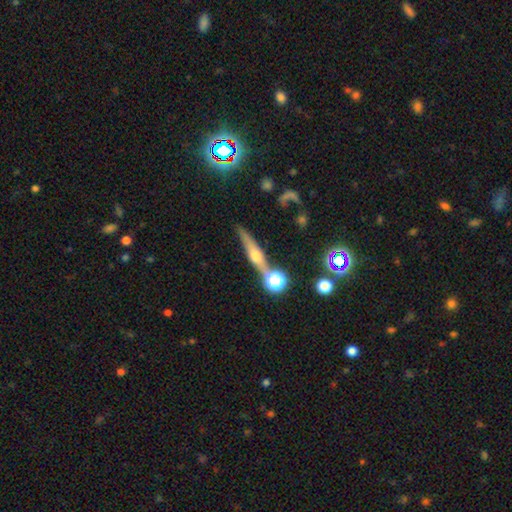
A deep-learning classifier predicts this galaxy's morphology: featured or disk 66%, smooth 23%, star or artifact 12%. Down the decision tree: edge-on disk — yes (94%); edge-on bulge — rounded (92%); merging — none (74%).